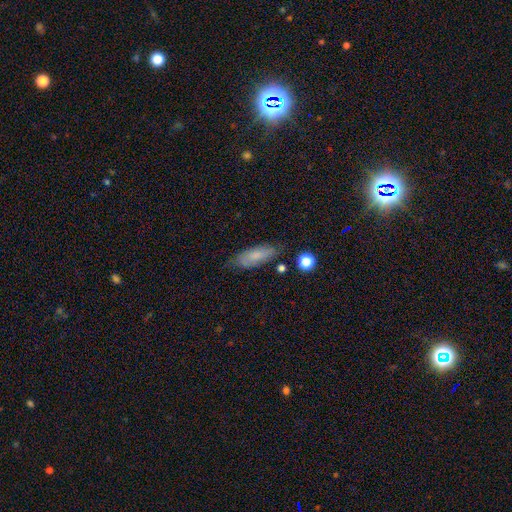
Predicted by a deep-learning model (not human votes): The model was most divided on "how rounded": in between: 65%, cigar-shaped: 32%, round: 3%. More confident: smooth or featured — smooth (72%); merging — none (71%).